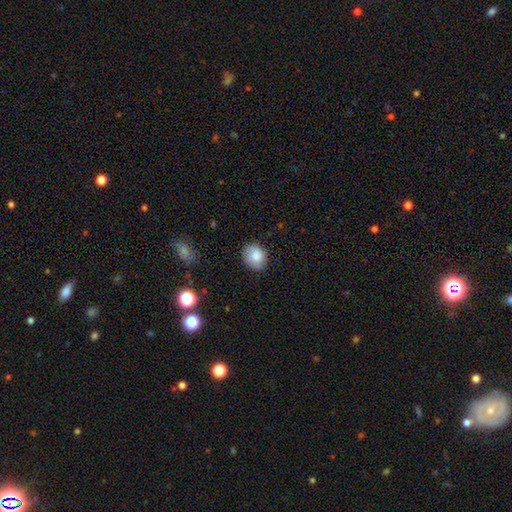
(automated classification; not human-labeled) Smooth or featured?
  - smooth: 83% *
  - featured or disk: 10%
  - star or artifact: 8%
How rounded?
  - round: 71% *
  - in between: 28%
  - cigar-shaped: 1%
Merging?
  - none: 77% *
  - minor disturbance: 18%
  - major disturbance: 3%
  - merger: 1%